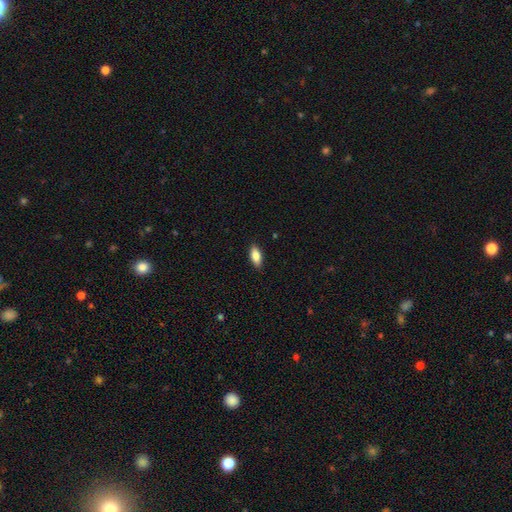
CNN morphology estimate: Smooth or featured? Predicted: smooth (p=0.80). How rounded? Predicted: in between (p=0.80). Merging? Predicted: none (p=0.89).